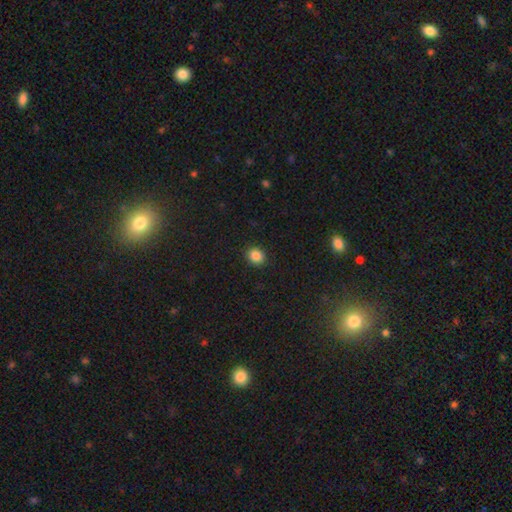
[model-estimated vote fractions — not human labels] smooth 86%, star or artifact 10%, featured or disk 3%. Down the decision tree: how rounded — round (73%); merging — none (90%).